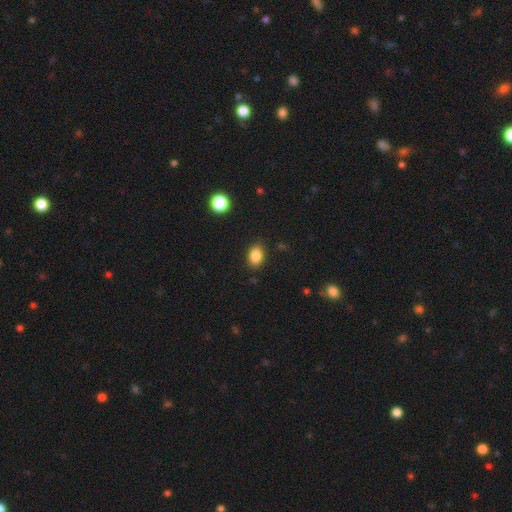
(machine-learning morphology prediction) Smooth or featured? Predicted: smooth (p=0.85). How rounded? Predicted: in between (p=0.81). Merging? Predicted: none (p=0.86).